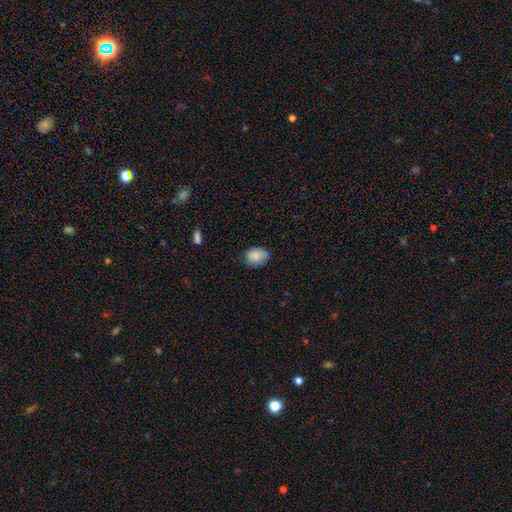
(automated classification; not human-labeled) This is clearly a smooth galaxy (87%). How rounded: likely in between (74%). Merging: likely none (68%).